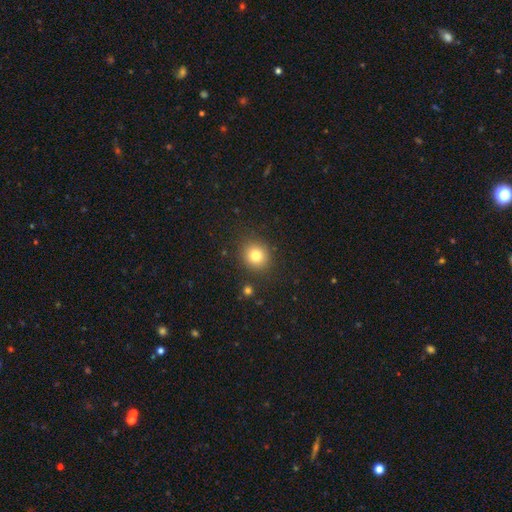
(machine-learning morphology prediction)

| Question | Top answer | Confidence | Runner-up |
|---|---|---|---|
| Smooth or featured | smooth | 79% | star or artifact (12%) |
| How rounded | round | 86% | in between (14%) |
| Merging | none | 87% | minor disturbance (8%) |